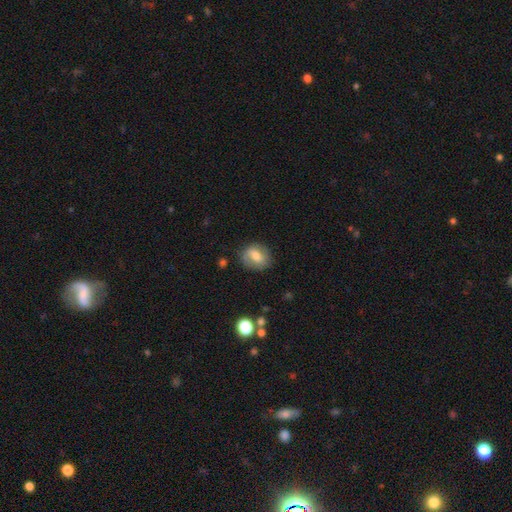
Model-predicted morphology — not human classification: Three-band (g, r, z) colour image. It shows a smooth galaxy with no disk features (62%) that is round (53%). Merging: none (73%).